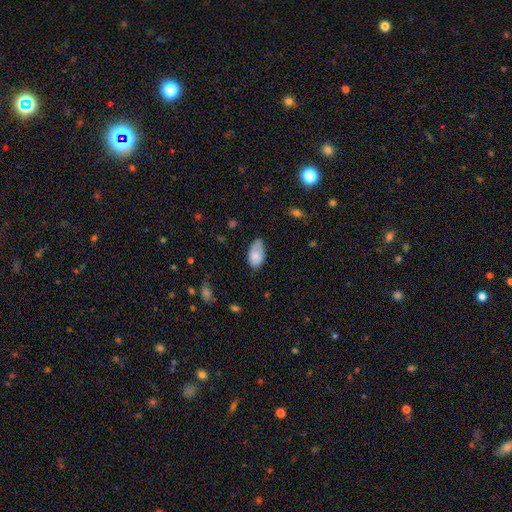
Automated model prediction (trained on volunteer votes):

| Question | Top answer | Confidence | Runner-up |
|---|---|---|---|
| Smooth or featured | smooth | 81% | featured or disk (11%) |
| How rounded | in between | 94% | round (4%) |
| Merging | none | 51% | minor disturbance (39%) |